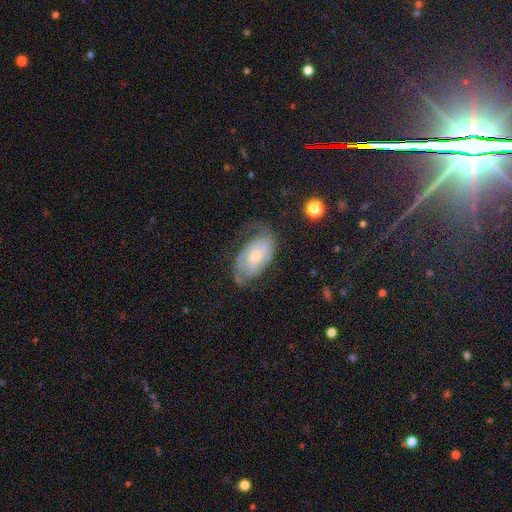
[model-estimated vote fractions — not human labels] Smooth or featured? featured or disk (70%)
Edge-on disk? no (95%)
Bar? no (63%)
Spiral arms? yes (86%)
Spiral winding? tight (40%, tied with medium)
Spiral arm count? 2 (58%)
Bulge size? small (61%)
Merging? none (51%)